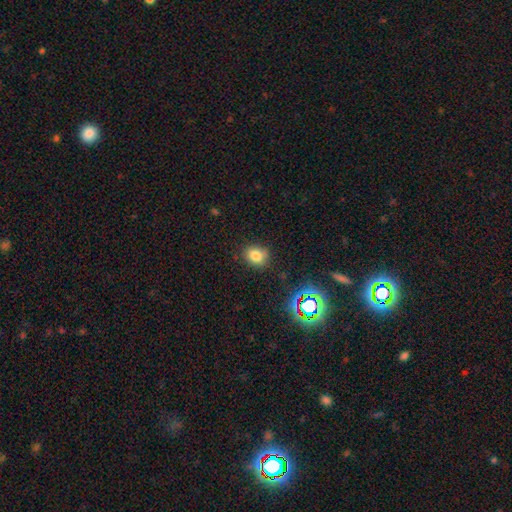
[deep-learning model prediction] This appears to be a smooth galaxy with no disk features (78%) that is round (57%). Merging: none (79%).